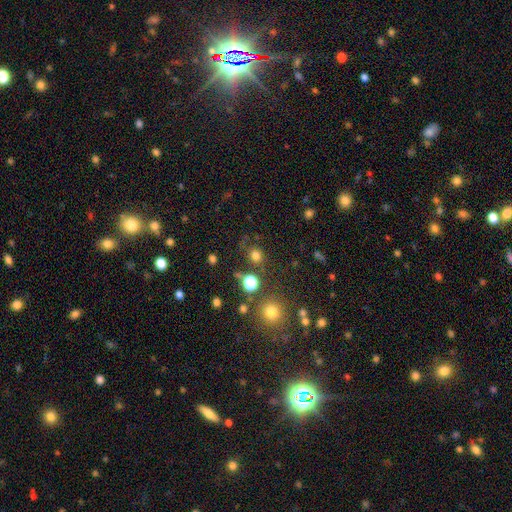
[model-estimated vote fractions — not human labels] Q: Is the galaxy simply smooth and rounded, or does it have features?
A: smooth — 73%.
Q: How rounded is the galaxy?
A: round — 85%.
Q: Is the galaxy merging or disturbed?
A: none — 75%.